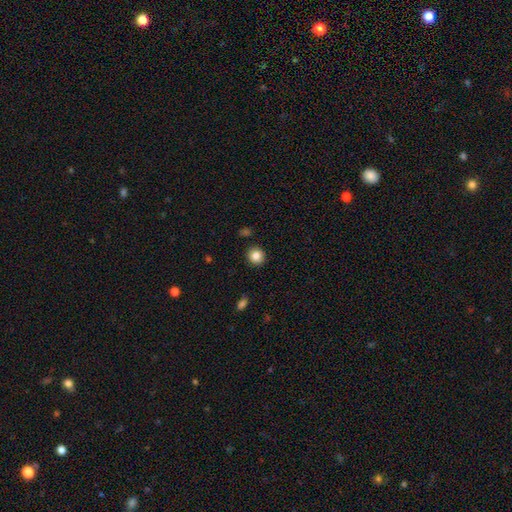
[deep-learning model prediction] Smooth or featured?
  - smooth: 85% *
  - star or artifact: 10%
  - featured or disk: 6%
How rounded?
  - round: 89% *
  - in between: 10%
  - cigar-shaped: 1%
Merging?
  - none: 90% *
  - minor disturbance: 6%
  - major disturbance: 2%
  - merger: 2%